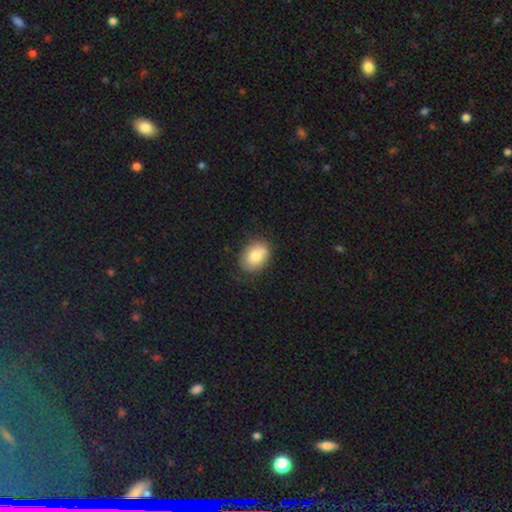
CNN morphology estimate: This is clearly a smooth galaxy (81%). How rounded: likely in between (75%). Merging: likely none (75%).